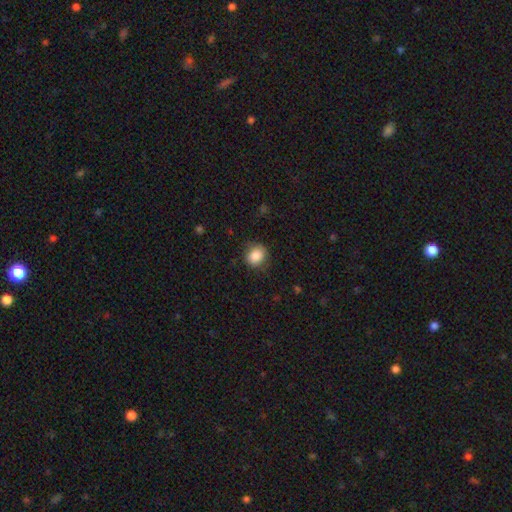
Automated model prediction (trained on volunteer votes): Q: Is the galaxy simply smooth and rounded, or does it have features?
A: smooth — 86%.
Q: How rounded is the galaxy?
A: round — 70%.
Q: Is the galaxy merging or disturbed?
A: none — 81%.